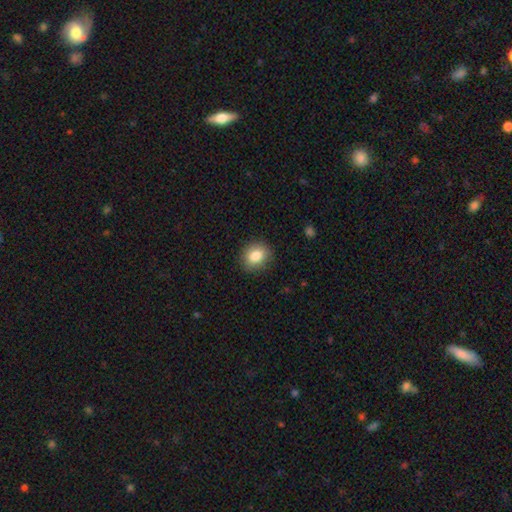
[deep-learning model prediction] Smooth or featured?
  - smooth: 84% *
  - star or artifact: 9%
  - featured or disk: 7%
How rounded?
  - round: 64% *
  - in between: 35%
  - cigar-shaped: 1%
Merging?
  - none: 87% *
  - minor disturbance: 9%
  - major disturbance: 2%
  - merger: 1%